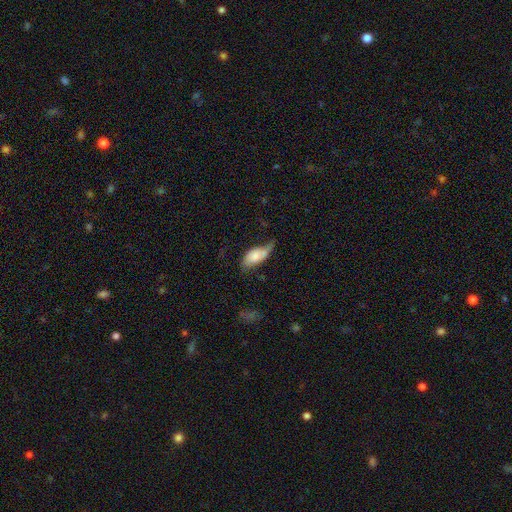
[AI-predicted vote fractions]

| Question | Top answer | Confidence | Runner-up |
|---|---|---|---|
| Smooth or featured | smooth | 63% | featured or disk (30%) |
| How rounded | in between | 89% | cigar-shaped (8%) |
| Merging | minor disturbance | 37% | none (29%) |